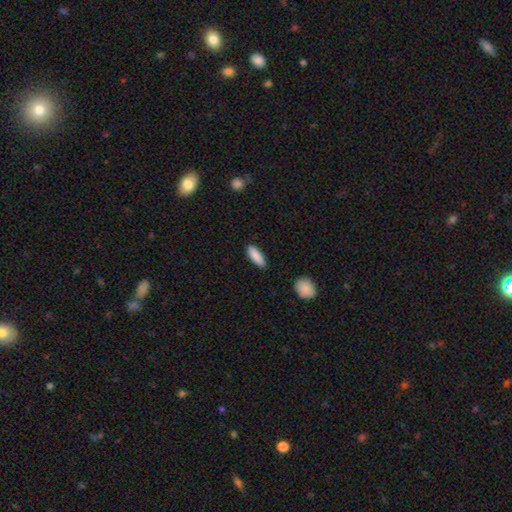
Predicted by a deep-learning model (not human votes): A smooth galaxy with no disk features (87%) that is in between round and cigar-shaped (61%).

Vote fractions:
- Smooth or featured? smooth: 87% / featured or disk: 6% / star or artifact: 6%
- How rounded? in between: 61% / cigar-shaped: 37% / round: 2%
- Merging? none: 88% / minor disturbance: 9% / major disturbance: 2% / merger: 1%